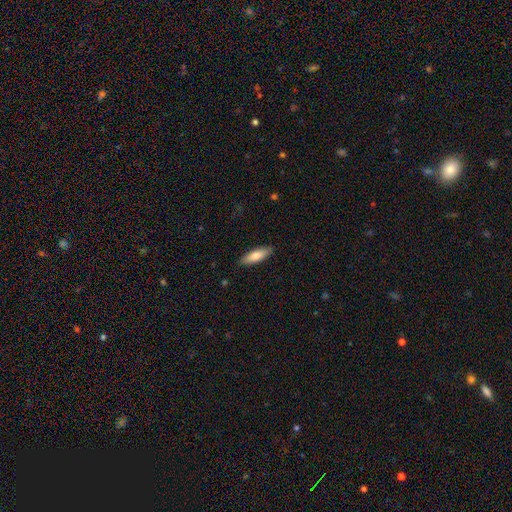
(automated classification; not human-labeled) The model was most divided on "how rounded": cigar-shaped: 50%, in between: 49%, round: 2%. More confident: merging — none (88%); smooth or featured — smooth (77%).